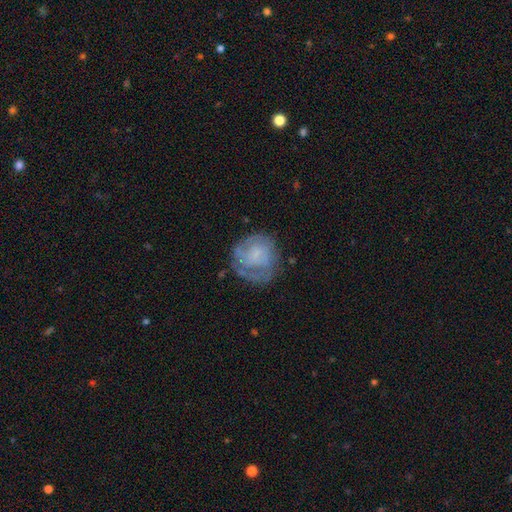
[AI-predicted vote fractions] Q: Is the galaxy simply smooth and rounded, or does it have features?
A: featured or disk — 61%.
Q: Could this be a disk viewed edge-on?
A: no — 98%.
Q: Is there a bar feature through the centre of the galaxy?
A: no — 69%.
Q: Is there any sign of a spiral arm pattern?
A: yes — 75%.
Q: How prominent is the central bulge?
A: small — 40%.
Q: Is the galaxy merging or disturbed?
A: none — 59%.